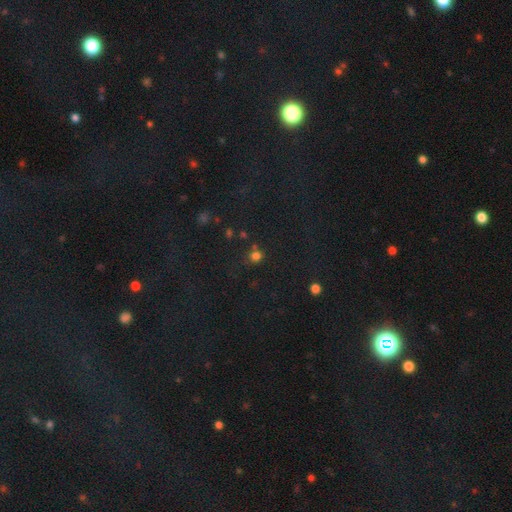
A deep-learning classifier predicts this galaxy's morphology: type=smooth (72%); roundness=round (85%); merging=none (66%).